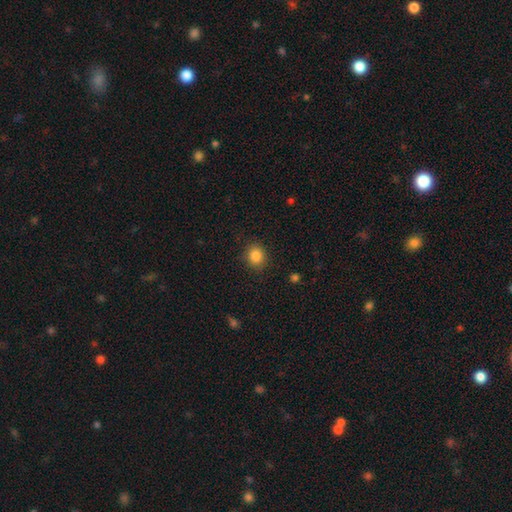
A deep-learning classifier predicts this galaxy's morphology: Smooth or featured?
  - smooth: 85% *
  - star or artifact: 10%
  - featured or disk: 4%
How rounded?
  - round: 78% *
  - in between: 21%
  - cigar-shaped: 1%
Merging?
  - none: 88% *
  - minor disturbance: 8%
  - major disturbance: 3%
  - merger: 1%